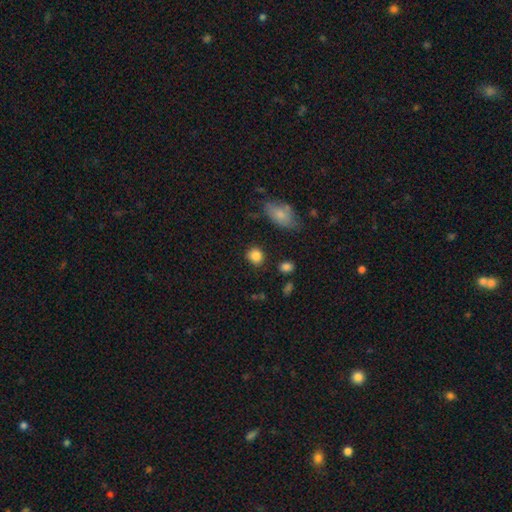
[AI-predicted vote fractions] Q: Smooth or featured?
A: smooth (86%); runner-up: star or artifact (9%)
Q: How rounded?
A: round (76%); runner-up: in between (23%)
Q: Merging?
A: none (83%); runner-up: minor disturbance (11%)